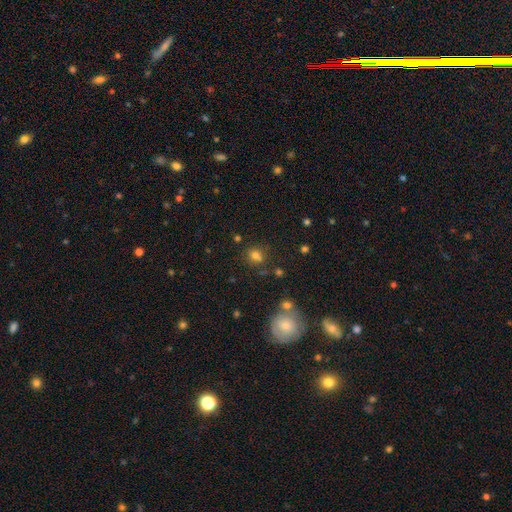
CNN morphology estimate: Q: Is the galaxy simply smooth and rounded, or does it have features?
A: smooth — 73%.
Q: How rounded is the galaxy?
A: round — 61%.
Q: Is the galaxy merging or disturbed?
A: none — 68%.